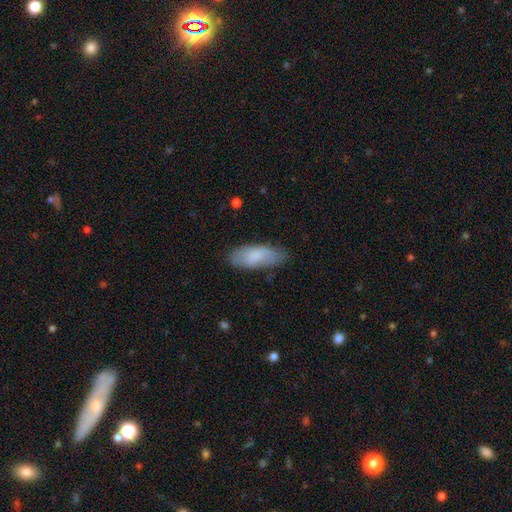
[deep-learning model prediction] Q: Smooth or featured?
A: smooth (77%); runner-up: featured or disk (17%)
Q: How rounded?
A: in between (79%); runner-up: cigar-shaped (19%)
Q: Merging?
A: none (77%); runner-up: minor disturbance (18%)